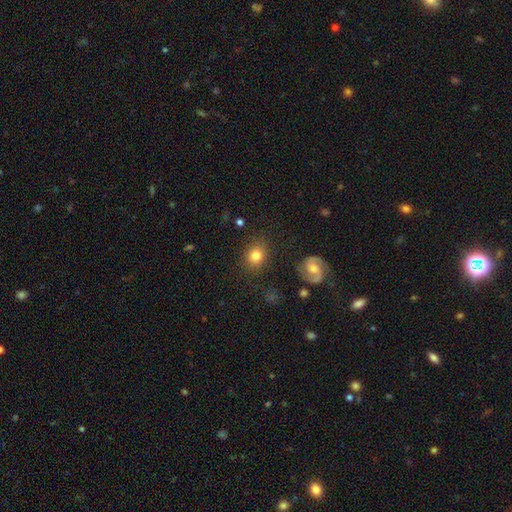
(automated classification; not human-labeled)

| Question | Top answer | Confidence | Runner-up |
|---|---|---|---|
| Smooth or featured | smooth | 80% | featured or disk (10%) |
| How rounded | round | 69% | in between (29%) |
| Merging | none | 84% | minor disturbance (11%) |